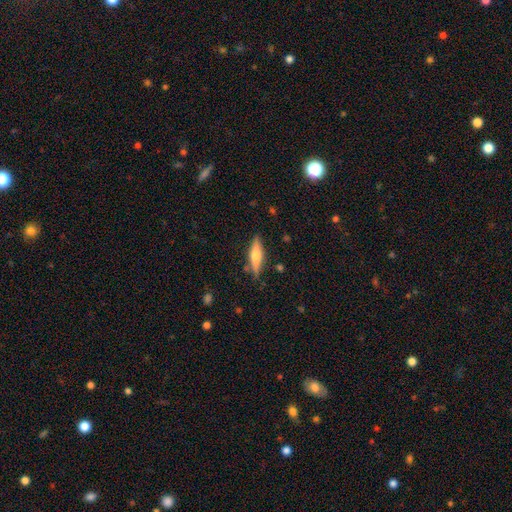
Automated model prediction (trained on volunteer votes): A smooth galaxy with no disk features (47%).

Vote fractions:
- Smooth or featured? smooth: 47% / featured or disk: 46% / star or artifact: 6%
- Merging? none: 83% / minor disturbance: 12% / major disturbance: 3% / merger: 2%